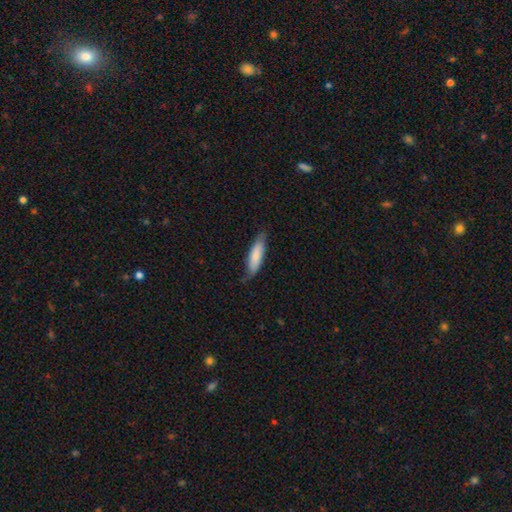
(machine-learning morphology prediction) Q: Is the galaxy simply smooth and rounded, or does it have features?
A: smooth — 78%.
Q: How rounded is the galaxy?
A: cigar-shaped — 60%.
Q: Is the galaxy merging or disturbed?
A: none — 71%.